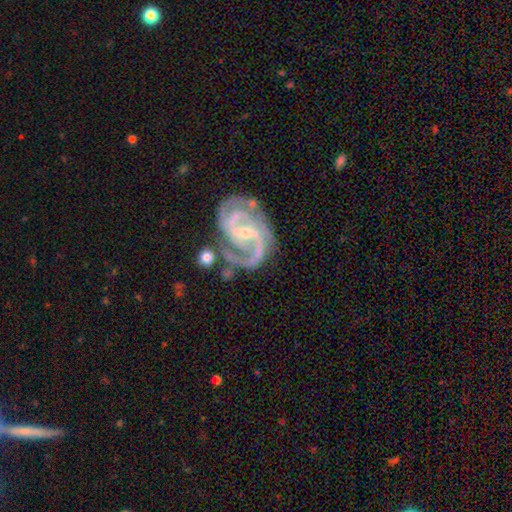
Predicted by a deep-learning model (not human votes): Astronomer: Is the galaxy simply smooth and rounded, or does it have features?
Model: featured or disk — 91%.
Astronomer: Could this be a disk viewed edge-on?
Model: no — 98%.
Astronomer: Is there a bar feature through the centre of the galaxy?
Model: strong — 52% (runner-up: weak, 36%).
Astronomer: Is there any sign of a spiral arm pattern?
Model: yes — 97%.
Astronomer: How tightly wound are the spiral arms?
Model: medium — 57%.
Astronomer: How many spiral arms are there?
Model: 2 — 79%.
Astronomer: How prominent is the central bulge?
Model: small — 70%.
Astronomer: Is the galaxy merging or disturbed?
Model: none — 57%.